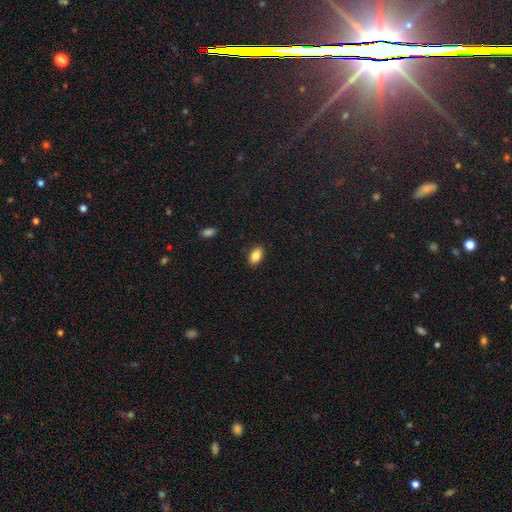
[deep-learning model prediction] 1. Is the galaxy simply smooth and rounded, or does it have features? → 86% smooth, 8% star or artifact, 6% featured or disk.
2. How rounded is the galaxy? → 91% in between, 7% round, 2% cigar-shaped.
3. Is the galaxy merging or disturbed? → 88% none, 9% minor disturbance, 2% major disturbance, 1% merger.